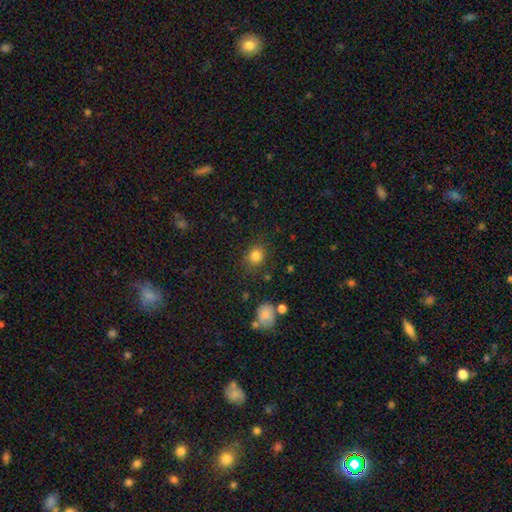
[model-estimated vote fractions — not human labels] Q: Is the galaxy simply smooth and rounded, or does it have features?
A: smooth — 83%.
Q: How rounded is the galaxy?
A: round — 68%.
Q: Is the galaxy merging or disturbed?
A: none — 79%.